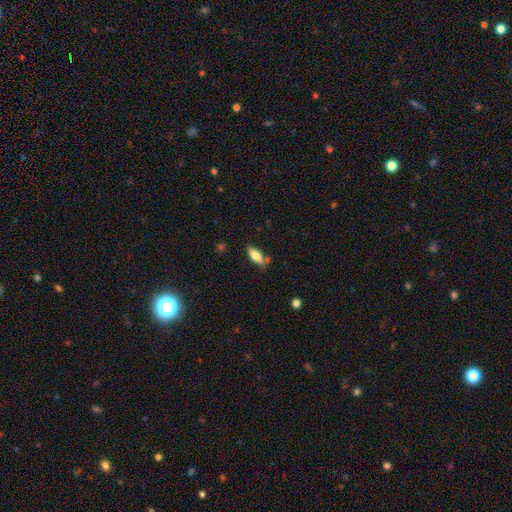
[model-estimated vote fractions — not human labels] smooth-or-featured: smooth: 77% | featured or disk: 16% | star or artifact: 7%
  how-rounded: in between: 70% | cigar-shaped: 28% | round: 2%
  merging: none: 70% | minor disturbance: 19% | merger: 6% | major disturbance: 4%